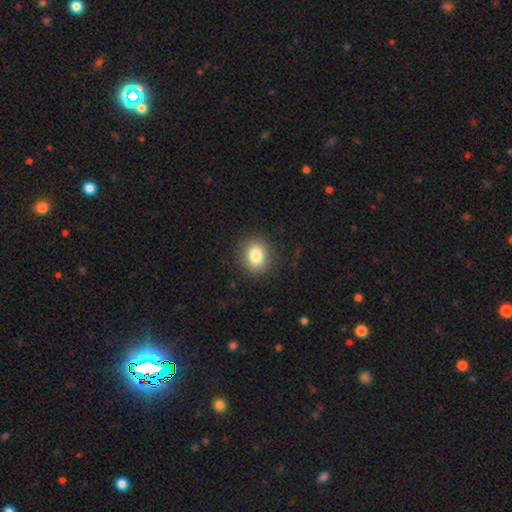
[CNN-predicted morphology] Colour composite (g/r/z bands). It shows a smooth galaxy with no disk features (83%) that is round (62%). Merging: none (88%).